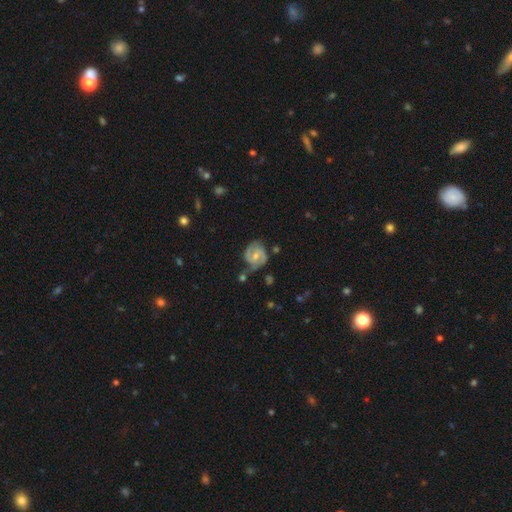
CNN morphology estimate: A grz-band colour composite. It shows a featured or disk galaxy (78%) with a weak bar (54%), 2 (83%) medium (48%) spiral arms (94%) and a moderate central bulge (53%). Merging: none (61%).